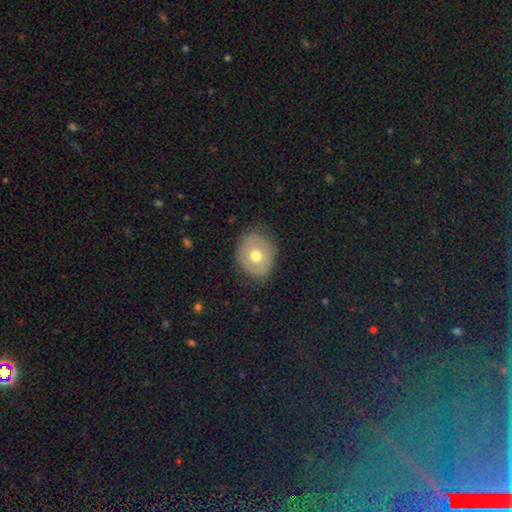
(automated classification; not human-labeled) Smooth or featured?
  - smooth: 56% *
  - featured or disk: 36%
  - star or artifact: 8%
How rounded?
  - round: 62% *
  - in between: 37%
  - cigar-shaped: 1%
Merging?
  - none: 81% *
  - minor disturbance: 14%
  - major disturbance: 4%
  - merger: 1%